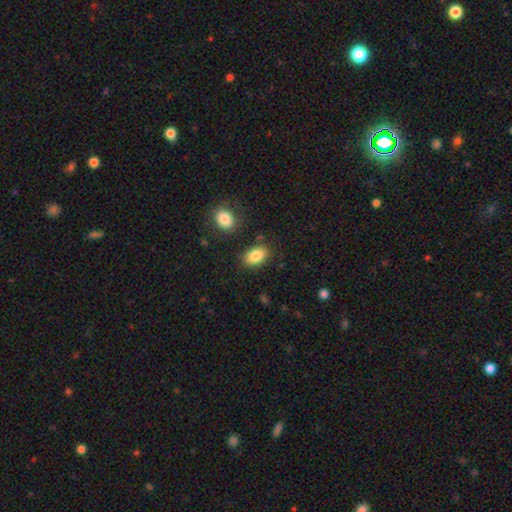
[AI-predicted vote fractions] Q: Smooth or featured?
A: smooth (86%); runner-up: star or artifact (8%)
Q: How rounded?
A: in between (90%); runner-up: round (9%)
Q: Merging?
A: none (81%); runner-up: minor disturbance (11%)